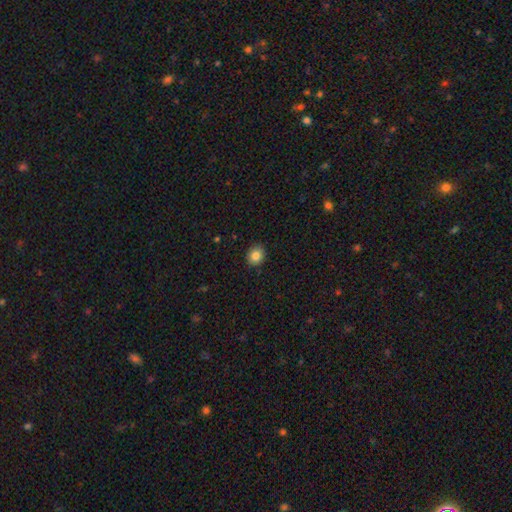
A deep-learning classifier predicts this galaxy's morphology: A smooth galaxy with no disk features (85%) that is round (69%). Merging: none (88%).